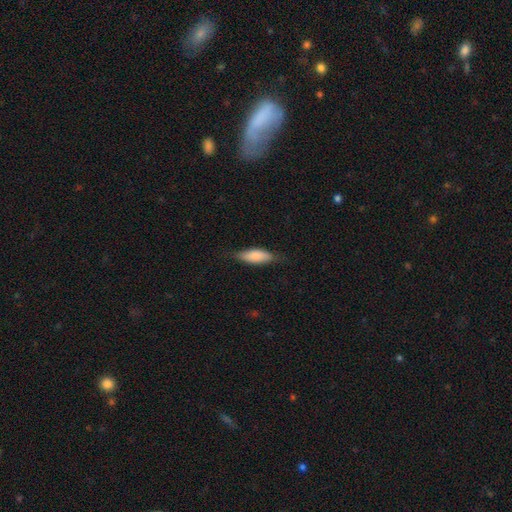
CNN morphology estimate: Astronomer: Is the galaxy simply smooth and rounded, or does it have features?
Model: smooth — 81%.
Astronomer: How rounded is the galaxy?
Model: in between — 65%.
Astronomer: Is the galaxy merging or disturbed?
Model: none — 75%.